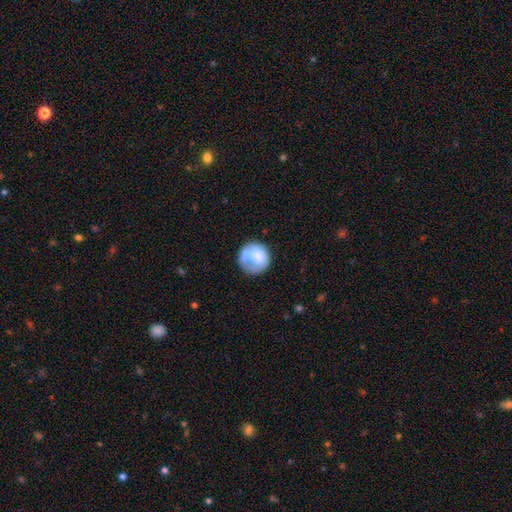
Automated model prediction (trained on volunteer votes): Morphology: type=smooth (70%); roundness=round (89%); merging=none (60%).